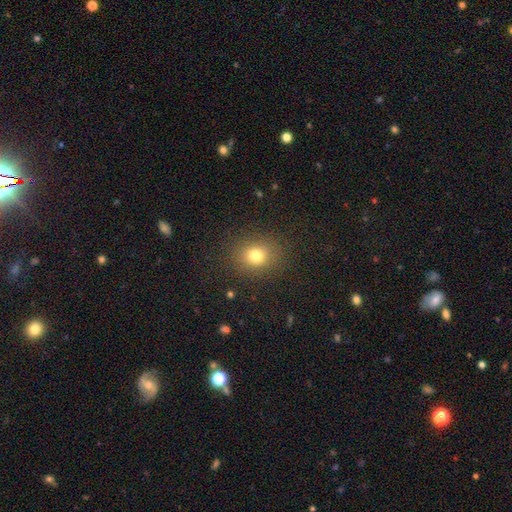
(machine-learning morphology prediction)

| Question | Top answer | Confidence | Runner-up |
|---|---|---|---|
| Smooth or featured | smooth | 76% | star or artifact (15%) |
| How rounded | round | 67% | in between (32%) |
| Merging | none | 86% | minor disturbance (9%) |